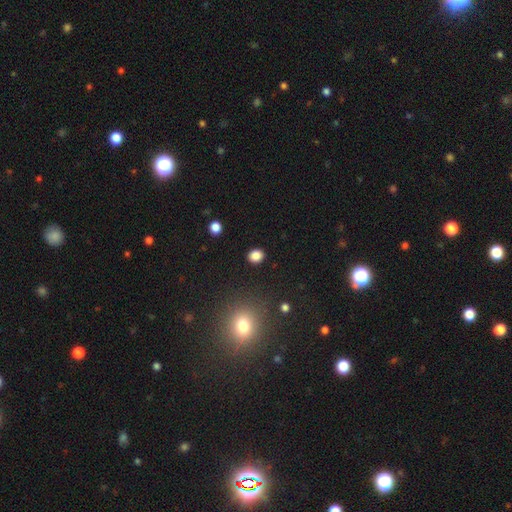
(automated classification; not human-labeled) A smooth galaxy with no disk features (85%) that is round (63%).

Vote fractions:
- Smooth or featured? smooth: 85% / star or artifact: 12% / featured or disk: 3%
- How rounded? round: 63% / in between: 36% / cigar-shaped: 1%
- Merging? none: 89% / minor disturbance: 7% / major disturbance: 2% / merger: 1%